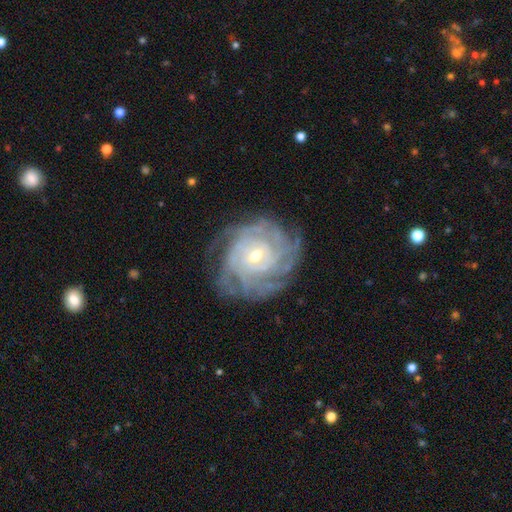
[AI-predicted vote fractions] smooth-or-featured: featured or disk: 87% | smooth: 7% | star or artifact: 6%
  disk-edge-on: no: 97% | yes: 3%
    bar: no: 60% | weak: 32% | strong: 8%
    has-spiral-arms: yes: 96% | no: 4%
      spiral-winding: tight: 78% | medium: 18% | loose: 4%
      spiral-arm-count: can't tell: 36% | 4: 20% | more than 4: 18% | 3: 11% | 2: 9% | 1: 6%
    bulge-size: small: 50% | moderate: 47% | large: 2% | none: 1% | dominant: 1%
  merging: none: 74% | minor disturbance: 17% | major disturbance: 8% | merger: 1%